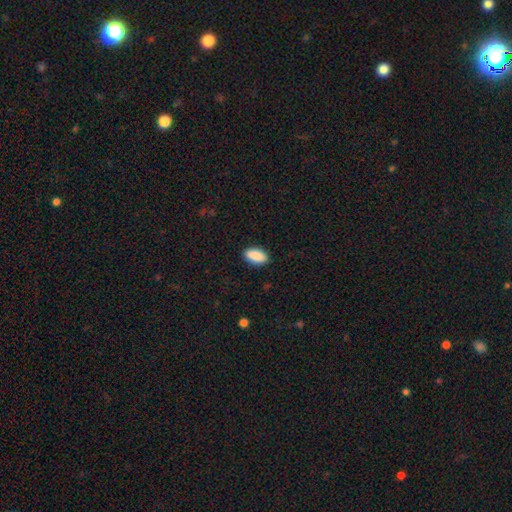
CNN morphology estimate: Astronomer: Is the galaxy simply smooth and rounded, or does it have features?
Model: smooth — 89%.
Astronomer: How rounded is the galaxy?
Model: in between — 89%.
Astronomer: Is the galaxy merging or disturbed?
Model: none — 89%.